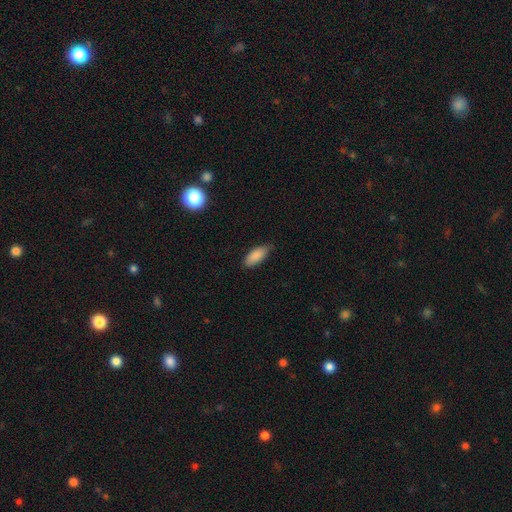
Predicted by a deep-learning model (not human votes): Smooth or featured? smooth (87%)
How rounded? in between (83%)
Merging? none (75%)